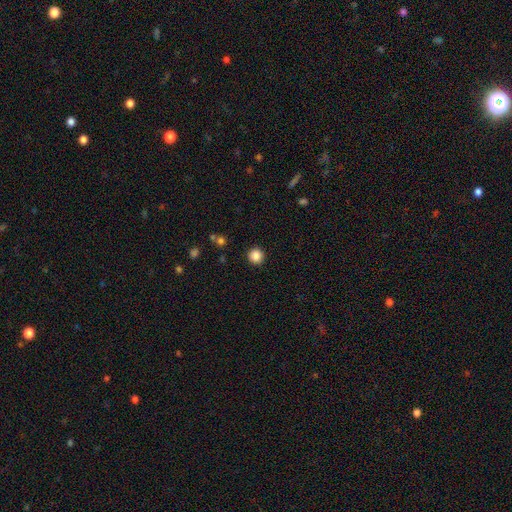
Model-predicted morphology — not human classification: Smooth or featured?
  - smooth: 86% *
  - star or artifact: 10%
  - featured or disk: 4%
How rounded?
  - round: 94% *
  - in between: 5%
  - cigar-shaped: 1%
Merging?
  - none: 92% *
  - minor disturbance: 5%
  - major disturbance: 2%
  - merger: 1%